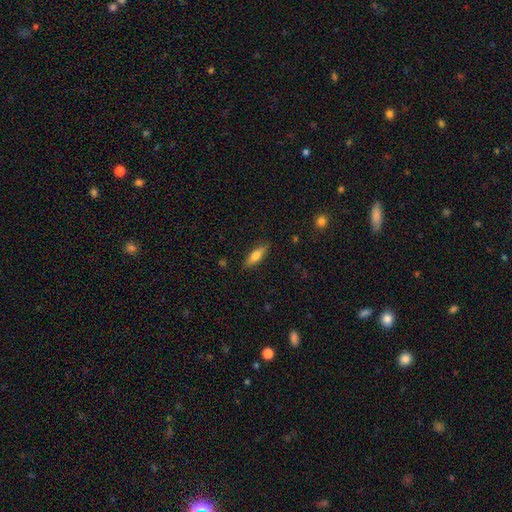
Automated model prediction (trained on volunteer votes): smooth-or-featured: smooth: 67% | featured or disk: 26% | star or artifact: 7%
  how-rounded: cigar-shaped: 53% | in between: 44% | round: 2%
  merging: none: 87% | minor disturbance: 10% | major disturbance: 2% | merger: 1%